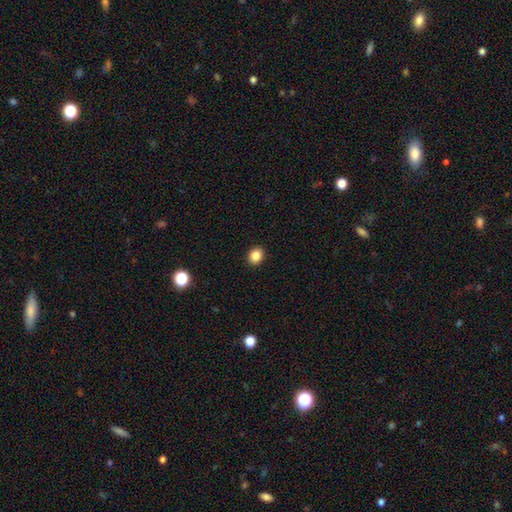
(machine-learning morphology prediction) This appears to be a smooth galaxy with no disk features (85%) that is round (60%). Merging: none (92%).